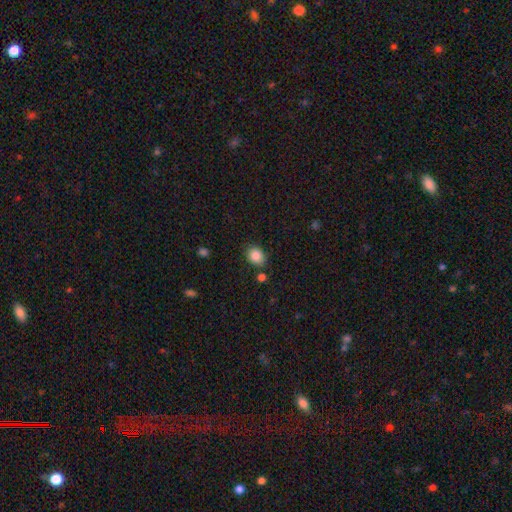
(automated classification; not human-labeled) This is clearly a smooth galaxy (87%). How rounded: possibly in between (55%). Merging: likely none (79%).